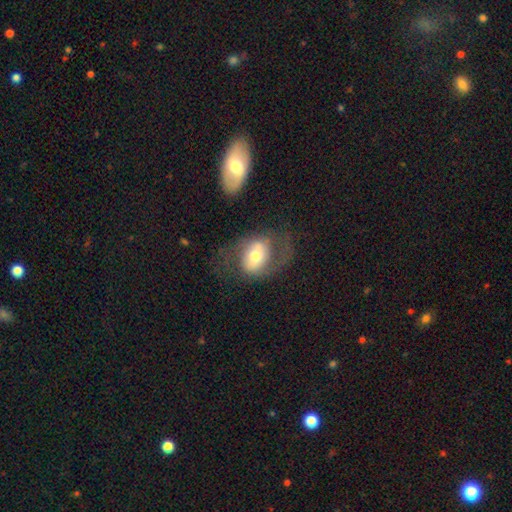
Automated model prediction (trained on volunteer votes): smooth-or-featured: featured or disk: 57% | smooth: 36% | star or artifact: 7%
  disk-edge-on: no: 94% | yes: 6%
    bar: no: 41% | weak: 34% | strong: 25%
    has-spiral-arms: yes: 69% | no: 31%
    bulge-size: moderate: 65% | small: 18% | large: 13% | dominant: 2% | none: 1%
  merging: none: 56% | major disturbance: 22% | minor disturbance: 18% | merger: 3%